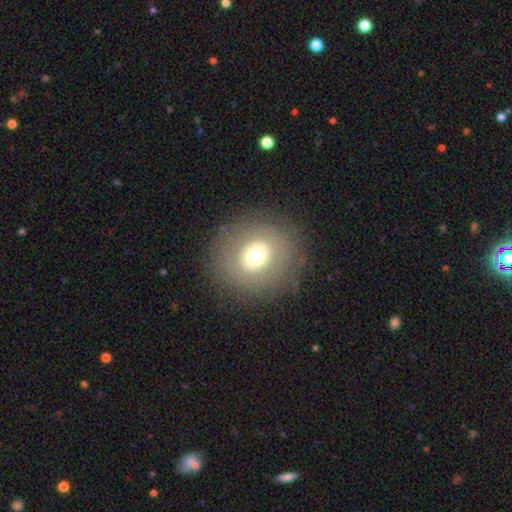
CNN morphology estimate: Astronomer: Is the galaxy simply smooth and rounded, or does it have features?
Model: smooth — 60%.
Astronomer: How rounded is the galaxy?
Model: round — 88%.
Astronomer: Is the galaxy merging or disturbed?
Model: none — 85%.